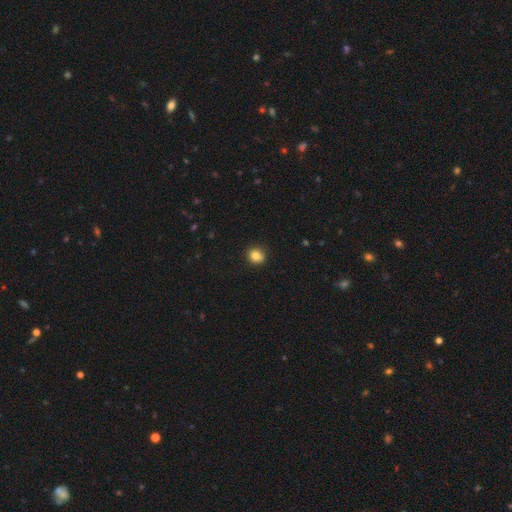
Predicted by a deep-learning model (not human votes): A smooth galaxy with no disk features (83%) that is round (80%). Merging: none (87%).